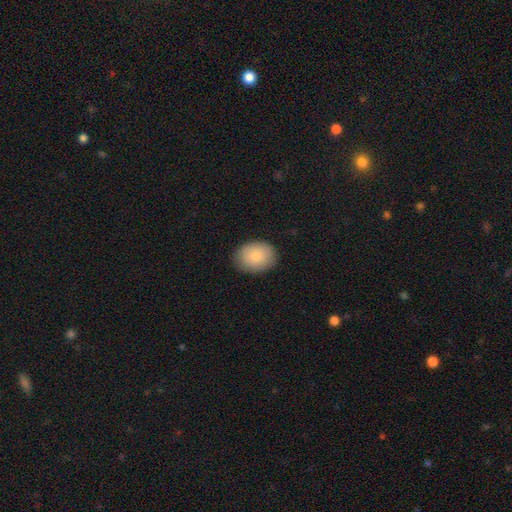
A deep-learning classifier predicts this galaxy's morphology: type=smooth (85%); roundness=in between (62%); merging=none (86%).